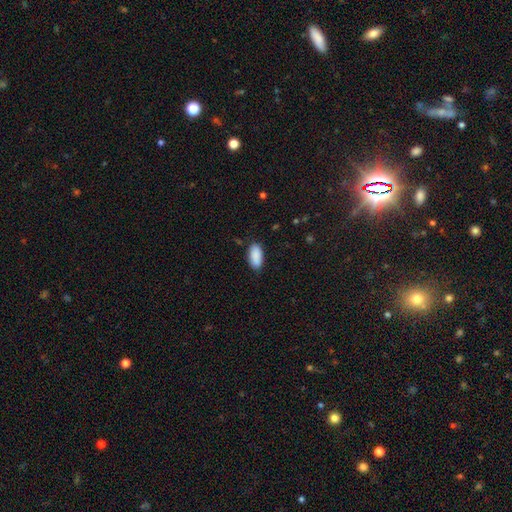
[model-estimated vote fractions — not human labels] smooth-or-featured: smooth: 90% | star or artifact: 6% | featured or disk: 3%
  how-rounded: in between: 92% | cigar-shaped: 6% | round: 2%
  merging: none: 86% | minor disturbance: 11% | major disturbance: 2% | merger: 1%